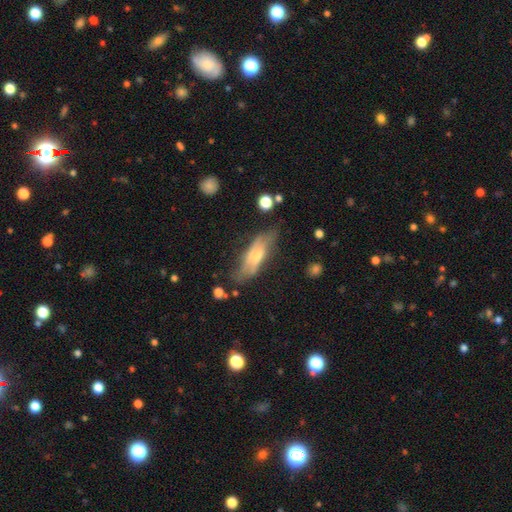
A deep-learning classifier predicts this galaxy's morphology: smooth-or-featured: featured or disk: 54% | smooth: 39% | star or artifact: 8%
  disk-edge-on: no: 50% (tied) | yes: 50% (tied)
  merging: none: 60% | minor disturbance: 26% | major disturbance: 12% | merger: 3%